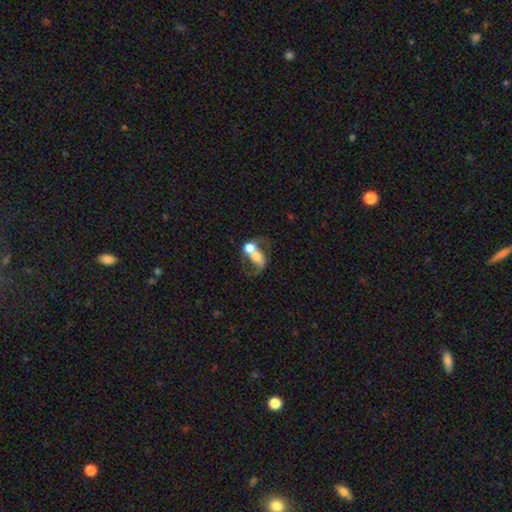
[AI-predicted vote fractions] The model was most divided on "bulge size": moderate: 39%, large: 25%, small: 18%, none: 10%, dominant: 8%. More confident: edge-on disk — no (97%); spiral arms — yes (69%); bar — no (65%); merging — merger (62%); smooth or featured — featured or disk (54%).